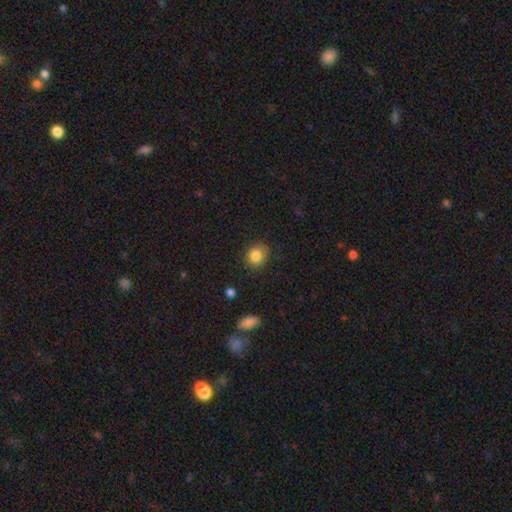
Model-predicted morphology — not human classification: Smooth or featured? Predicted: smooth (p=0.84). How rounded? Predicted: round (p=0.68). Merging? Predicted: none (p=0.81).